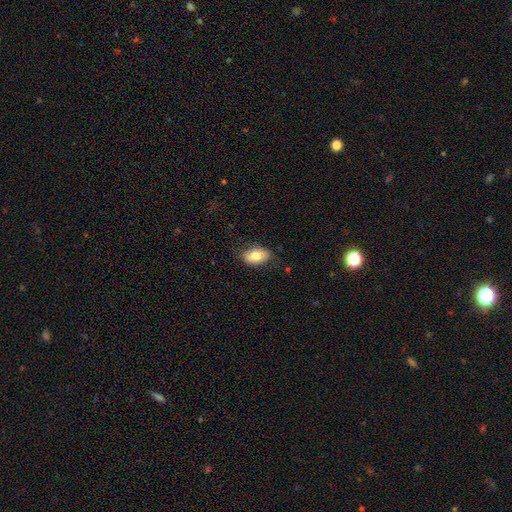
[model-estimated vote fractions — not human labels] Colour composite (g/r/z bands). It shows a smooth galaxy with no disk features (77%) that is in between round and cigar-shaped (90%). Merging: none (77%).